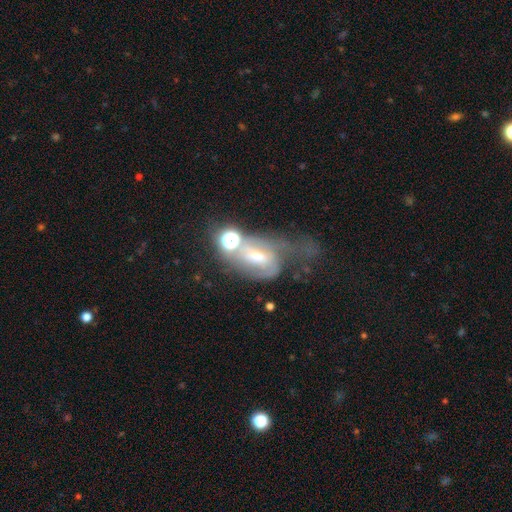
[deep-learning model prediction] Smooth or featured?
  - featured or disk: 61% *
  - smooth: 23%
  - star or artifact: 16%
Edge-on disk?
  - no: 93% *
  - yes: 7%
Bar?
  - weak: 42% *
  - no: 36%
  - strong: 22%
Spiral arms?
  - yes: 73% *
  - no: 27%
Bulge size?
  - moderate: 48% *
  - small: 34%
  - large: 9%
  - none: 7%
  - dominant: 2%
Merging?
  - major disturbance: 38% *
  - merger: 24%
  - none: 22%
  - minor disturbance: 16%